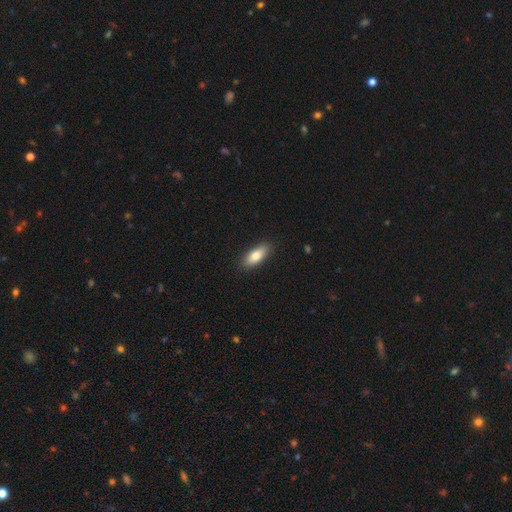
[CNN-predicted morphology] This appears to be a smooth galaxy with no disk features (82%) that is in between round and cigar-shaped (75%). Merging: none (88%).